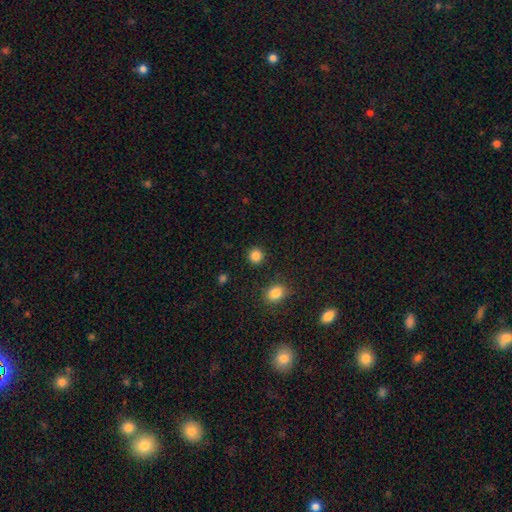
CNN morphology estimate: smooth-or-featured: smooth: 86% | star or artifact: 11% | featured or disk: 3%
  how-rounded: round: 90% | in between: 9% | cigar-shaped: 1%
  merging: none: 90% | minor disturbance: 6% | merger: 2% | major disturbance: 2%